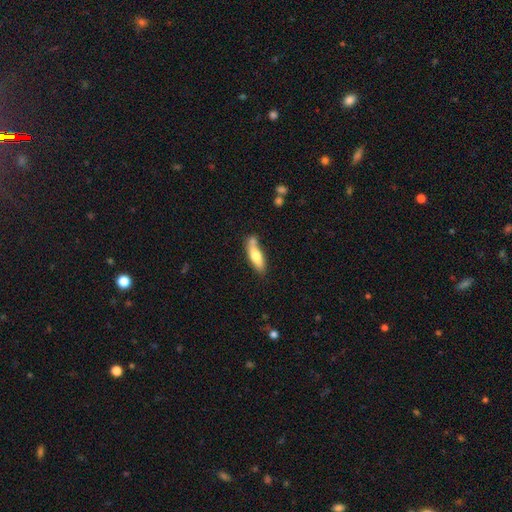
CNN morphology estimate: The model was most divided on "how rounded": cigar-shaped: 53%, in between: 45%, round: 2%. More confident: smooth or featured — smooth (70%); merging — none (58%).